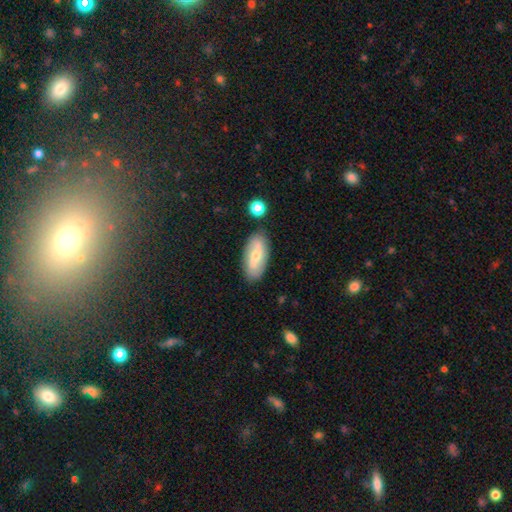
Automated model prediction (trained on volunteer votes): Smooth or featured: featured or disk — 55% (smooth — 39%)
Edge-on disk: no — 88% (yes — 12%)
Merging: none — 84% (minor disturbance — 11%)